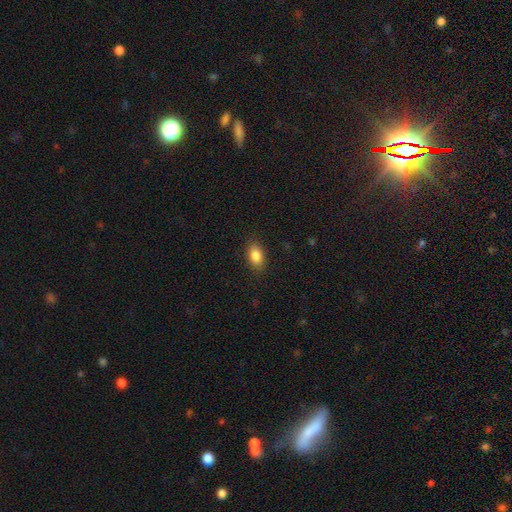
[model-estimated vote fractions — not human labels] A smooth galaxy with no disk features (85%) that is in between round and cigar-shaped (88%). Merging: none (86%).